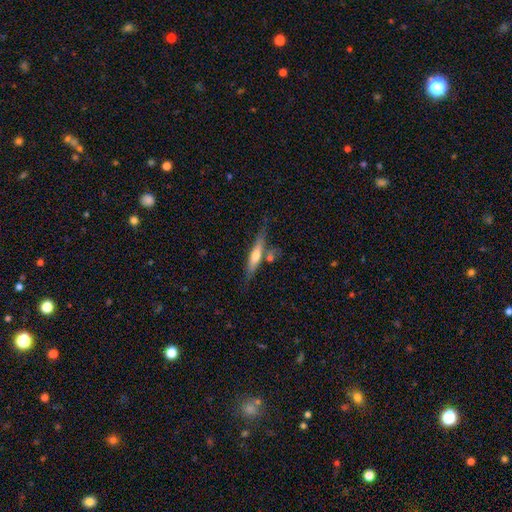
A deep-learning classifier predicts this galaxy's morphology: This is possibly a featured or disk galaxy (48%). Merging: likely none (63%).